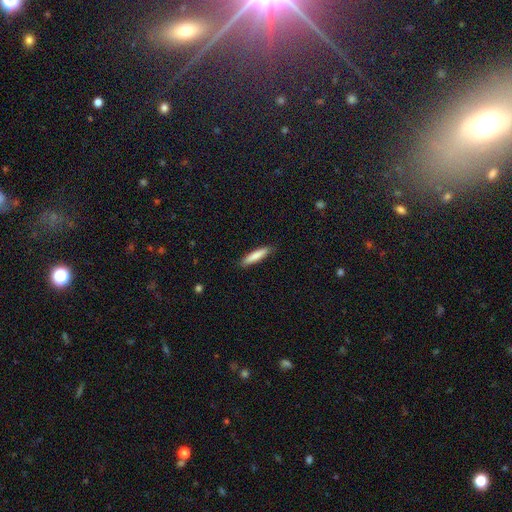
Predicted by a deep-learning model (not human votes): Overall: smooth (81%). How rounded: cigar-shaped (86%). Merging: none (88%).